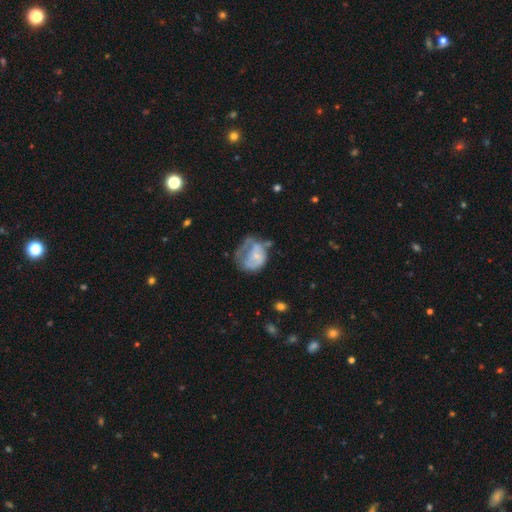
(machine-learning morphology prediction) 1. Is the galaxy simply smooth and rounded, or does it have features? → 47% smooth, 43% featured or disk, 9% star or artifact.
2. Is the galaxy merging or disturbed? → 43% major disturbance, 27% minor disturbance, 24% none, 7% merger.